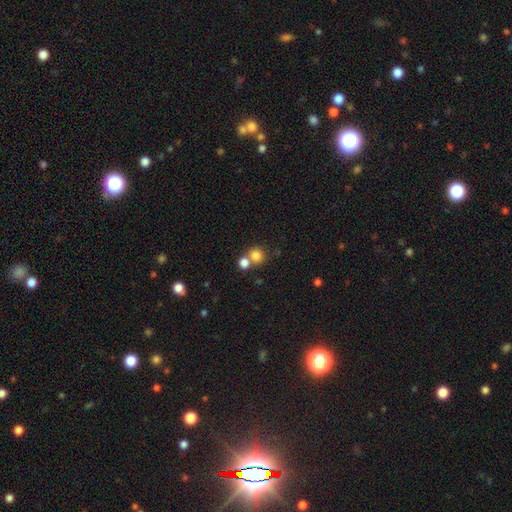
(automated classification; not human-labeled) A smooth galaxy with no disk features (80%) that is round (87%). Merging: none (54%).